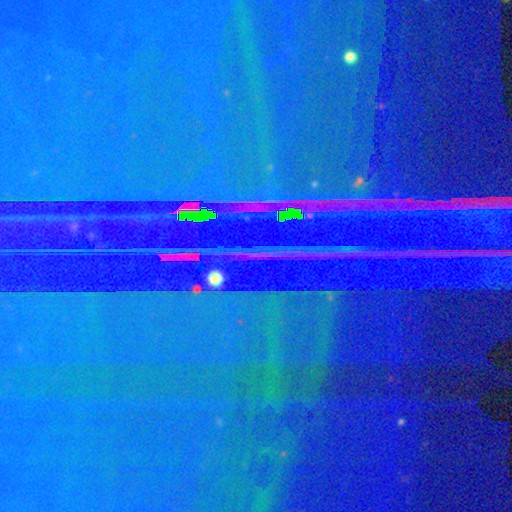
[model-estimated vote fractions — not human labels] Smooth or featured? star or artifact (88%)